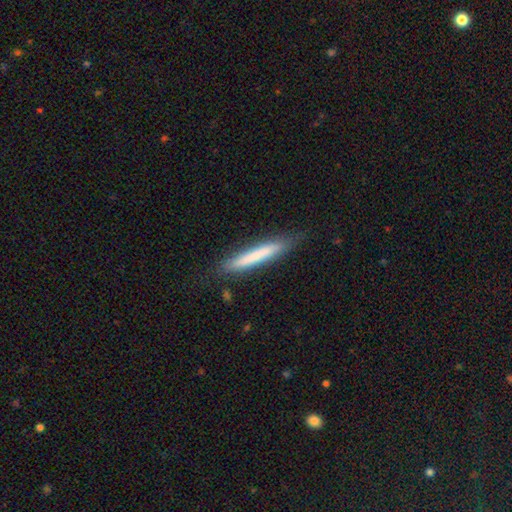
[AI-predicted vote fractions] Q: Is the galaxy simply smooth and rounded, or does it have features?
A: smooth — 70%.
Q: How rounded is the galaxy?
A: cigar-shaped — 95%.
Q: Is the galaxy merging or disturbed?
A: none — 80%.